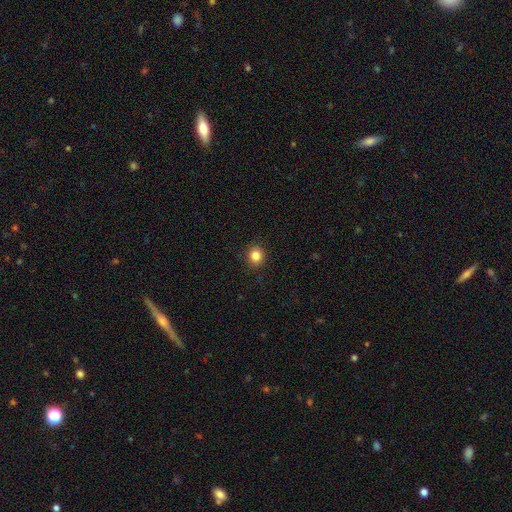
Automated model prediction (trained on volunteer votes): smooth_or_featured: smooth (p=0.84) [alt: star or artifact p=0.11]
how_rounded: round (p=0.82) [alt: in between p=0.17]
merging: none (p=0.90) [alt: minor disturbance p=0.07]